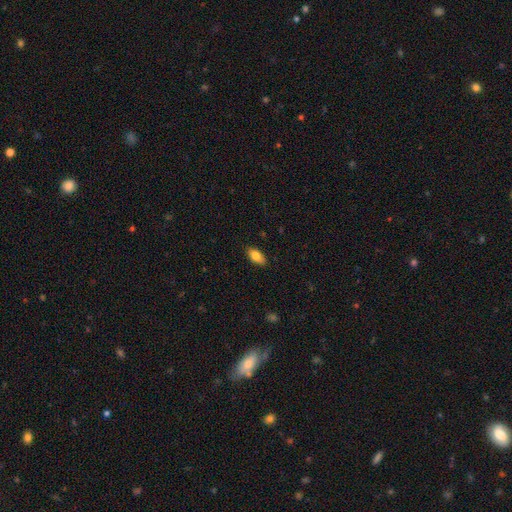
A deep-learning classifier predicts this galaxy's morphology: type=smooth (81%); roundness=in between (90%); merging=none (87%).